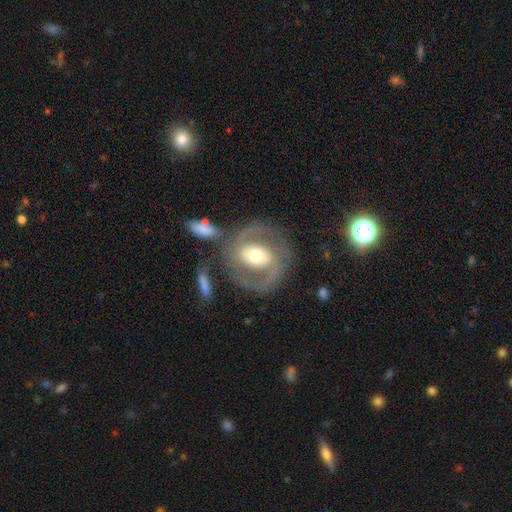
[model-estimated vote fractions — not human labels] Smooth or featured?
  - featured or disk: 78% *
  - smooth: 17%
  - star or artifact: 5%
Edge-on disk?
  - no: 96% *
  - yes: 4%
Bar?
  - weak: 35% *
  - no: 34%
  - strong: 31%
Spiral arms?
  - yes: 79% *
  - no: 21%
Spiral winding?
  - medium: 49% *
  - tight: 34%
  - loose: 17%
Spiral arm count?
  - 2: 85% *
  - can't tell: 7%
  - 1: 4%
  - 3: 2%
  - 4: 1%
  - more than 4: 1%
Bulge size?
  - moderate: 69% *
  - small: 15%
  - large: 13%
  - dominant: 1%
  - none: 1%
Merging?
  - none: 70% *
  - minor disturbance: 13%
  - major disturbance: 8%
  - merger: 8%